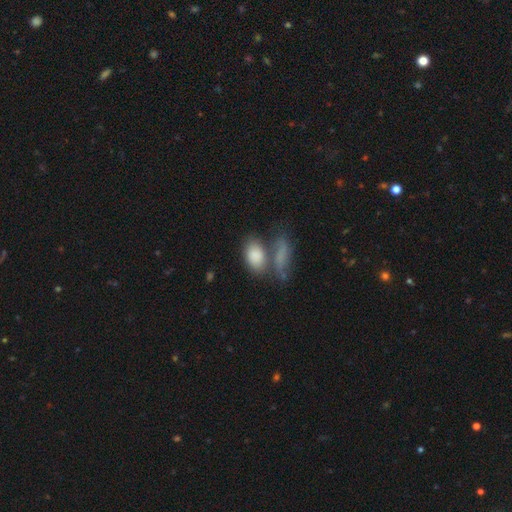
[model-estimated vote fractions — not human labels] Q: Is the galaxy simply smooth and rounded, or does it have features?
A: smooth — 83%.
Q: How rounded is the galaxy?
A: in between — 88%.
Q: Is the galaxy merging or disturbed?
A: merger — 42%.